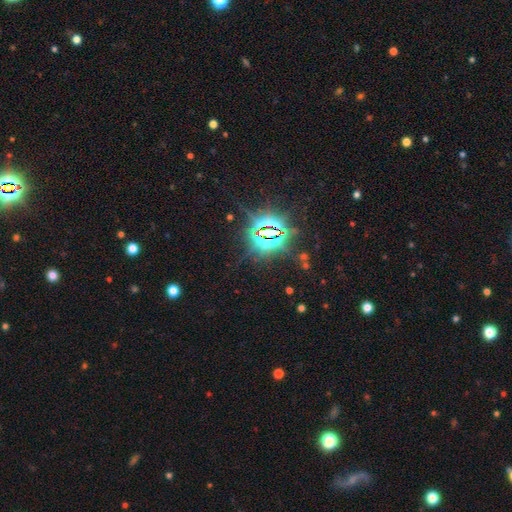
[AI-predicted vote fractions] Overall: star or artifact (83%).